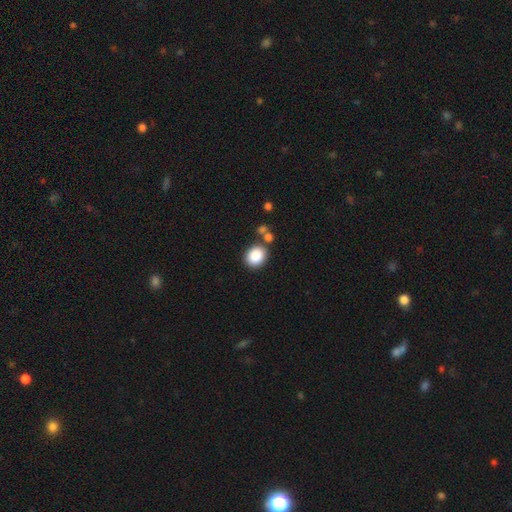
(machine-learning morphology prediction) smooth 87%, star or artifact 9%, featured or disk 4%. Down the decision tree: how rounded — round (56%); merging — none (73%).